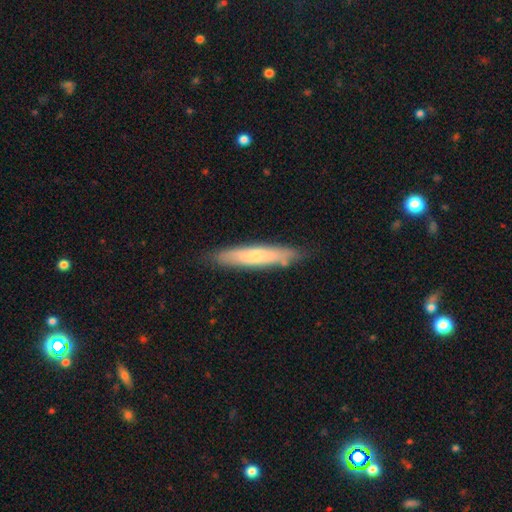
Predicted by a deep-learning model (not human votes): Smooth or featured?
  - smooth: 59% *
  - featured or disk: 35%
  - star or artifact: 6%
How rounded?
  - cigar-shaped: 88% *
  - in between: 11%
  - round: 1%
Merging?
  - none: 82% *
  - minor disturbance: 14%
  - major disturbance: 2%
  - merger: 2%